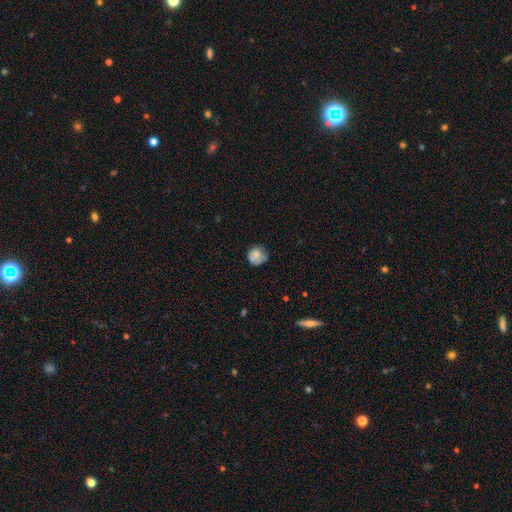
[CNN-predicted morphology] Smooth or featured?
  - smooth: 68% *
  - featured or disk: 22%
  - star or artifact: 10%
How rounded?
  - round: 81% *
  - in between: 18%
  - cigar-shaped: 1%
Merging?
  - none: 52% *
  - minor disturbance: 27%
  - major disturbance: 11%
  - merger: 10%